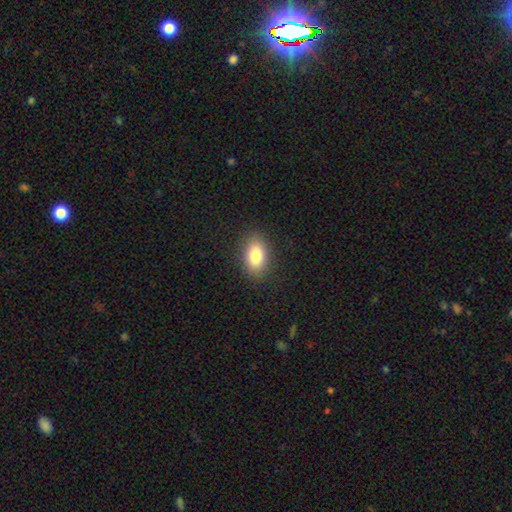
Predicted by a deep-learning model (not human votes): Smooth or featured?
  - smooth: 82% *
  - featured or disk: 9%
  - star or artifact: 8%
How rounded?
  - in between: 89% *
  - round: 8%
  - cigar-shaped: 3%
Merging?
  - none: 88% *
  - minor disturbance: 8%
  - major disturbance: 3%
  - merger: 1%